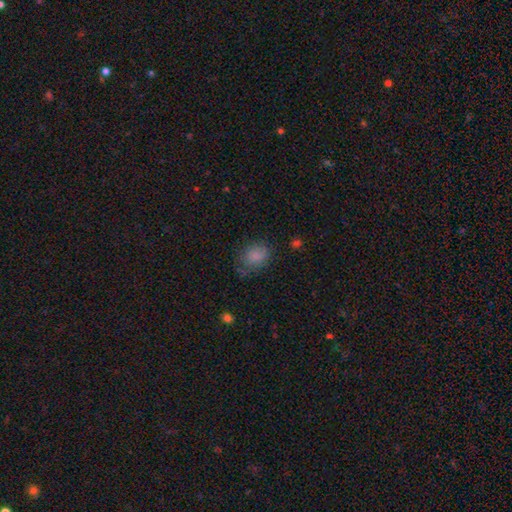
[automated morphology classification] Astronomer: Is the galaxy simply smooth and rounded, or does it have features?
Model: smooth — 81%.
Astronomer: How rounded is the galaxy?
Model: in between — 59% (runner-up: round, 39%).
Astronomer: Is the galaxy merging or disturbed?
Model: none — 58%.